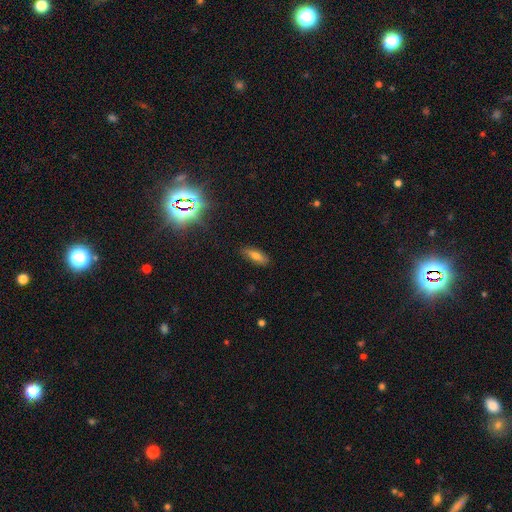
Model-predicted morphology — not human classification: Smooth or featured? Predicted: smooth (p=0.68). How rounded? Predicted: in between (p=0.55). Merging? Predicted: none (p=0.84).